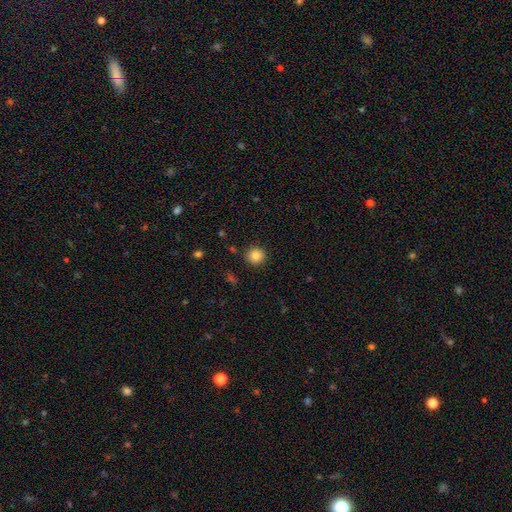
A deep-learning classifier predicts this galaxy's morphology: type=smooth (85%); roundness=round (93%); merging=none (91%).